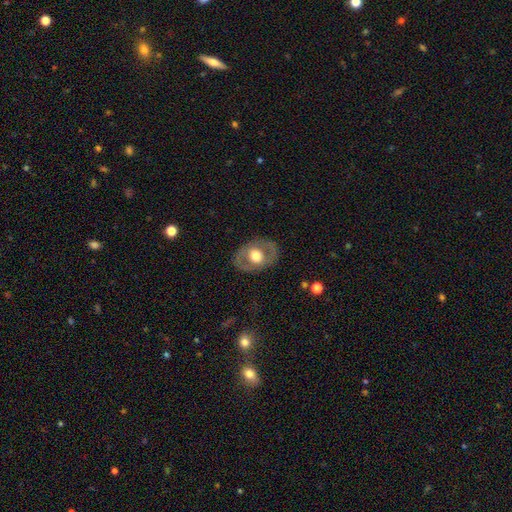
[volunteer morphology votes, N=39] Smooth or featured: smooth — 49% (tied with featured or disk — 49%)
How rounded: round — 53% (in between — 47%)
Merging: none — 87% (minor disturbance — 11%)